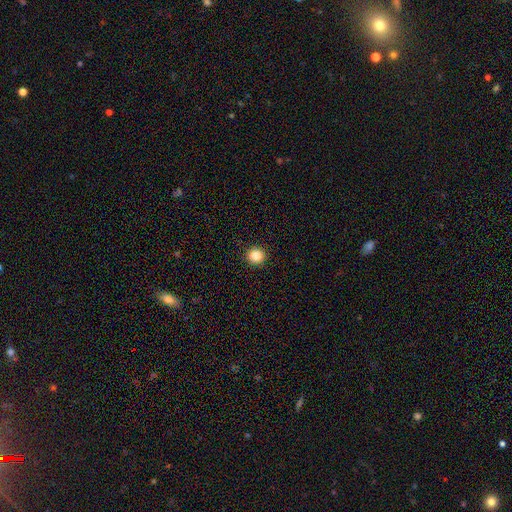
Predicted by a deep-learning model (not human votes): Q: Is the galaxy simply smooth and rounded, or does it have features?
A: smooth — 86%.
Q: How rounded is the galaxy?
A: round — 94%.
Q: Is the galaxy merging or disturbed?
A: none — 93%.